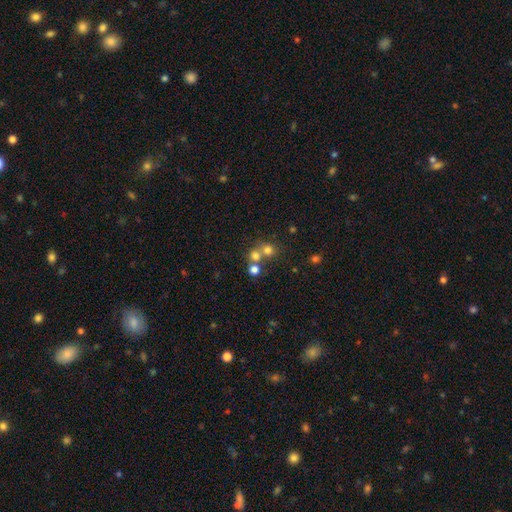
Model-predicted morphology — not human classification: smooth_or_featured: smooth (p=0.69) [alt: star or artifact p=0.18]
how_rounded: round (p=0.85) [alt: in between p=0.14]
merging: merger (p=0.46) [alt: none p=0.45]